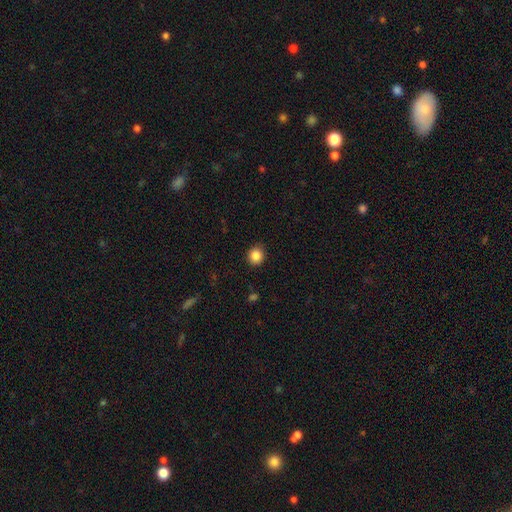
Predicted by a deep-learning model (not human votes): This appears to be a smooth galaxy with no disk features (86%) that is round (87%). Merging: none (89%).